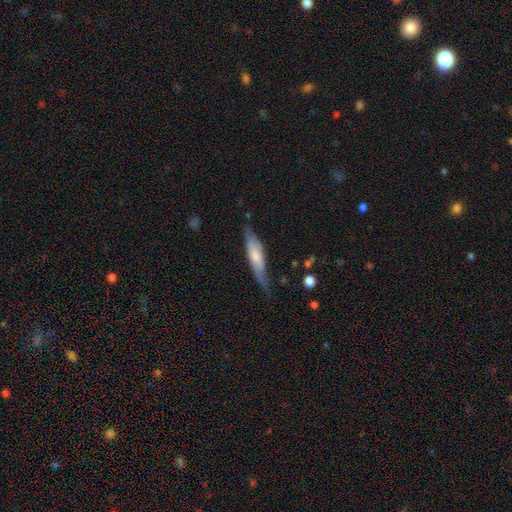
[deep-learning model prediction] This is possibly a smooth galaxy (60%). How rounded: likely cigar-shaped (71%). Merging: likely none (63%).